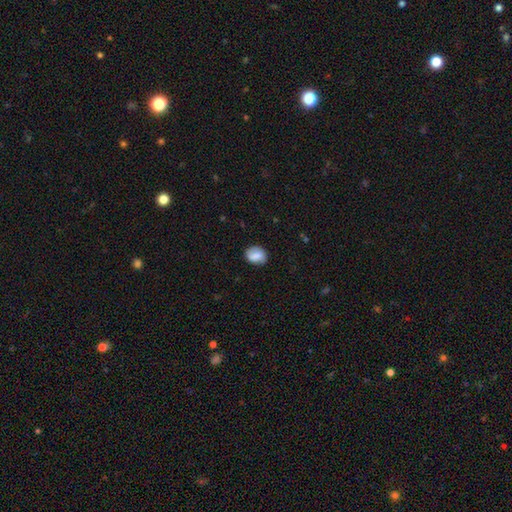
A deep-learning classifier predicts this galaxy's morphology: A smooth galaxy with no disk features (74%) that is in between round and cigar-shaped (50%). Merging: none (77%).